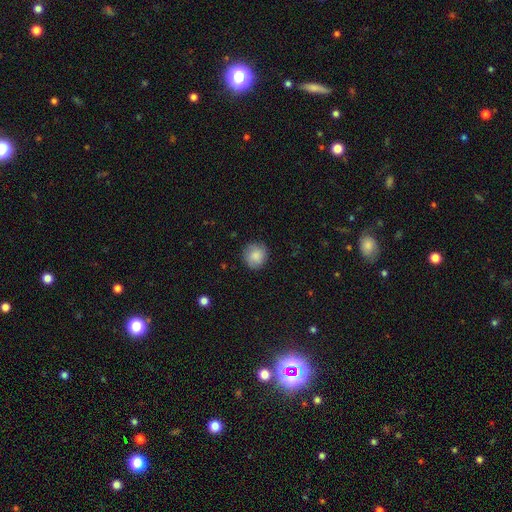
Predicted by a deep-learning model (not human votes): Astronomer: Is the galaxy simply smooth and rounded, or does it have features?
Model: smooth — 85%.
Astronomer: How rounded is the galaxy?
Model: round — 91%.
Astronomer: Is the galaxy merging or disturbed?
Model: none — 85%.